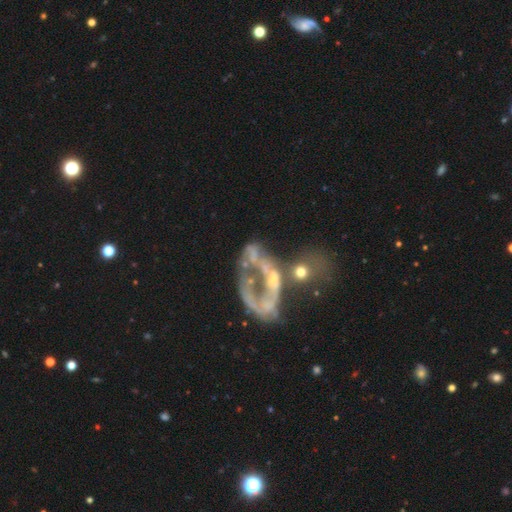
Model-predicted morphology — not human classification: Overall: featured or disk (65%). Edge-on disk: no (97%). Bar: no (84%). Spiral arms: no (80%). Bulge size: none (56%; small 23%). Merging: merger (43%; major disturbance 34%).